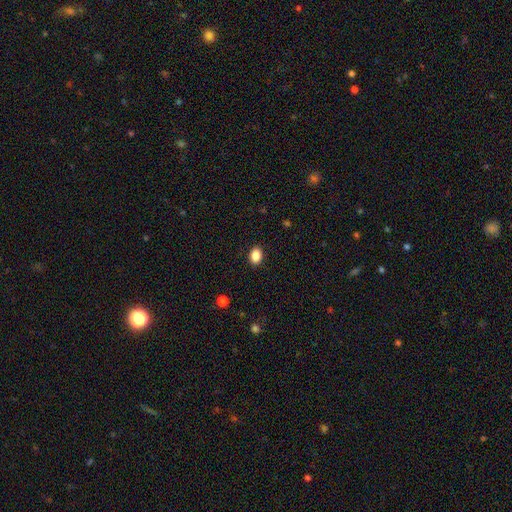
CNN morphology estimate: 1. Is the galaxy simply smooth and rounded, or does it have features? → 88% smooth, 9% star or artifact, 3% featured or disk.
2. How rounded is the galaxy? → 71% in between, 28% round, 1% cigar-shaped.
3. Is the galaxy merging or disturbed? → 90% none, 7% minor disturbance, 2% major disturbance, 1% merger.